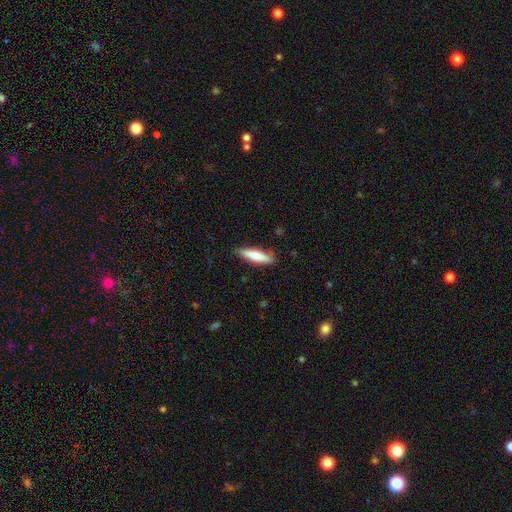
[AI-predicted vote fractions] smooth_or_featured: smooth (p=0.72) [alt: featured or disk p=0.23]
how_rounded: cigar-shaped (p=0.72) [alt: in between p=0.27]
merging: none (p=0.83) [alt: minor disturbance p=0.13]